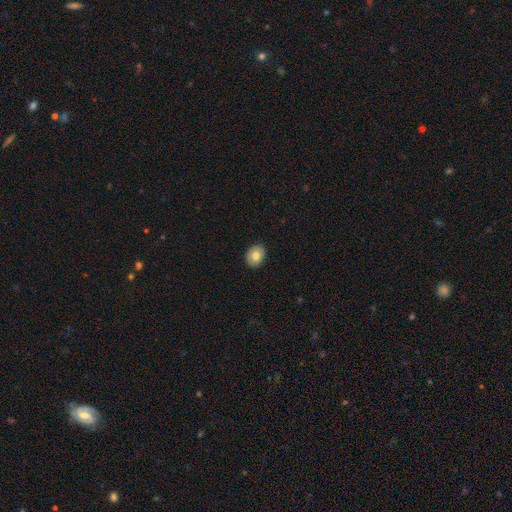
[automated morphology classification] type=smooth (78%); roundness=in between (51%); merging=none (90%).